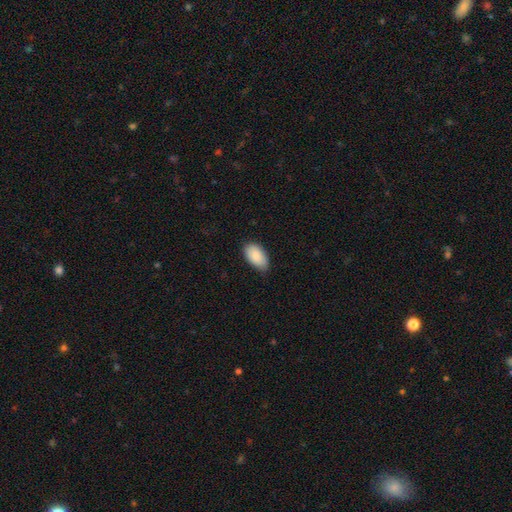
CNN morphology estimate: A smooth galaxy with no disk features (87%) that is in between round and cigar-shaped (95%). Merging: none (74%).